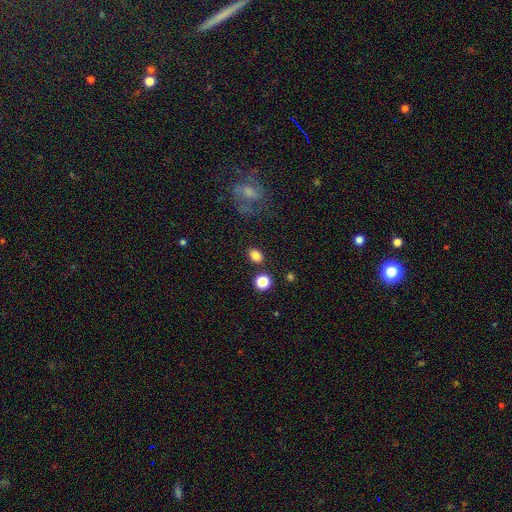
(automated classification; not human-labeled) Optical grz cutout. It shows a smooth galaxy with no disk features (83%) that is in between round and cigar-shaped (64%). Merging: none (82%).